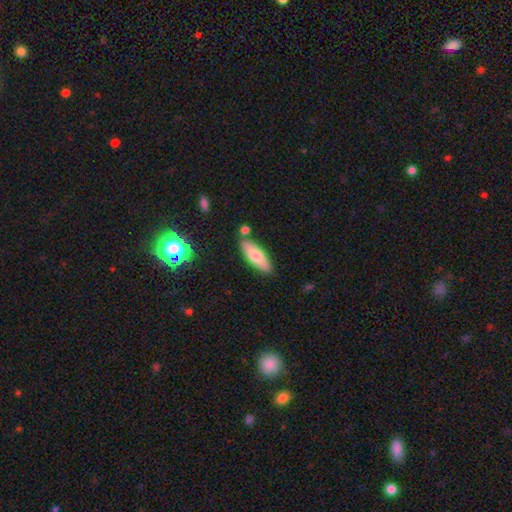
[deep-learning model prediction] Q: Smooth or featured?
A: smooth (72%); runner-up: featured or disk (21%)
Q: How rounded?
A: in between (64%); runner-up: cigar-shaped (34%)
Q: Merging?
A: none (81%); runner-up: minor disturbance (11%)